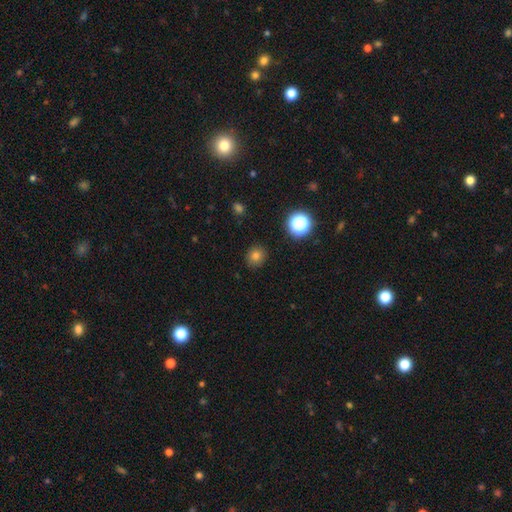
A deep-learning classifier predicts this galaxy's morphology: Smooth or featured? Predicted: smooth (p=0.79). How rounded? Predicted: round (p=0.86). Merging? Predicted: none (p=0.89).